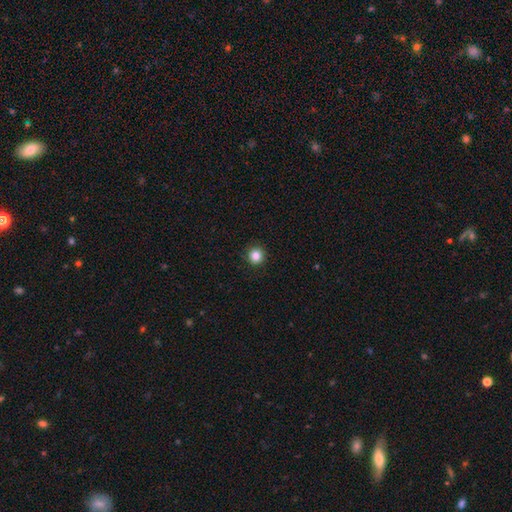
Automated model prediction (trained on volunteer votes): Overall: smooth (86%). How rounded: round (94%). Merging: none (91%).